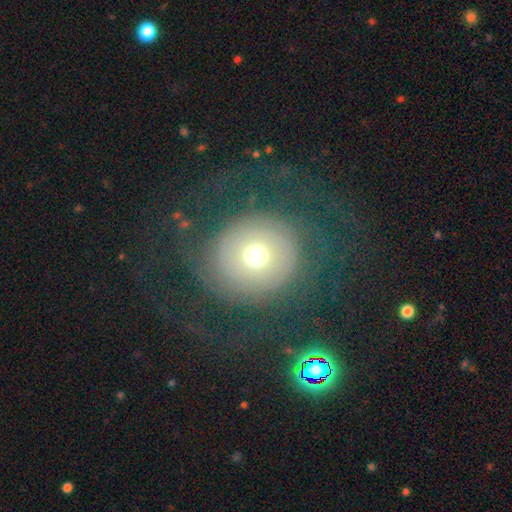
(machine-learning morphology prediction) Smooth or featured? smooth (46%)
Merging? none (62%)